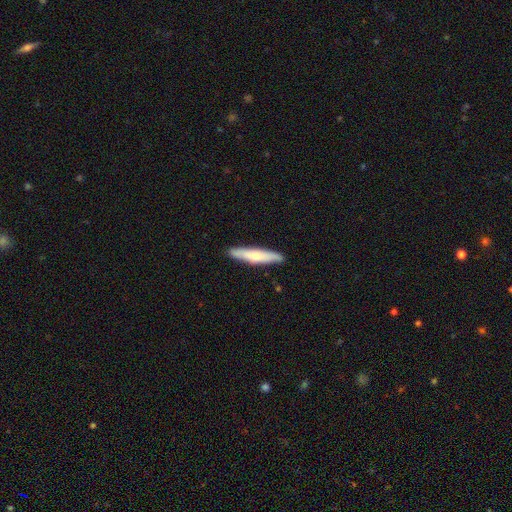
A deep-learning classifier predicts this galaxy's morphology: This is likely a smooth galaxy (62%). How rounded: clearly cigar-shaped (88%). Merging: clearly none (89%).